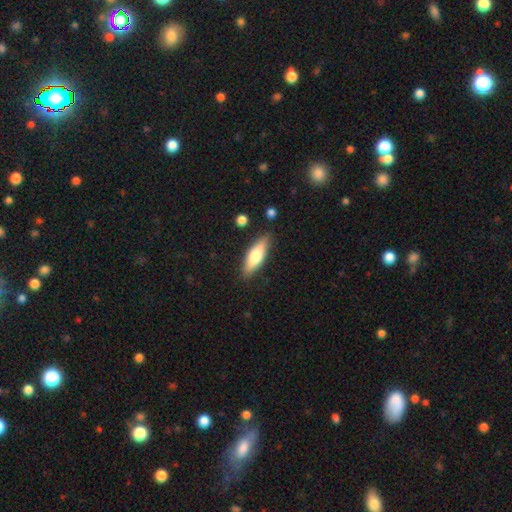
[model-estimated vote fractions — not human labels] Smooth or featured? smooth (65%)
How rounded? in between (55%)
Merging? none (84%)